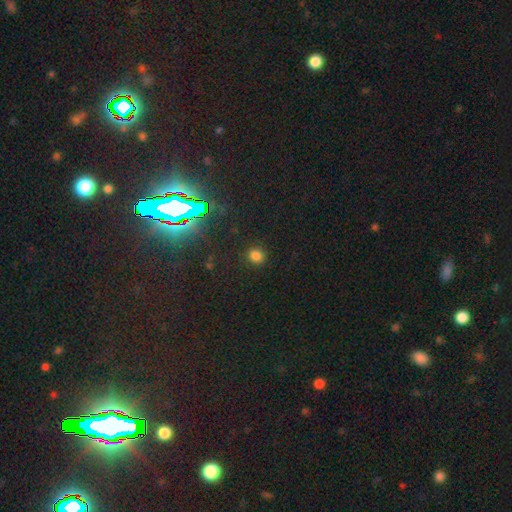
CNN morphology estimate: This is likely a smooth galaxy (75%). How rounded: clearly round (88%). Merging: clearly none (90%).